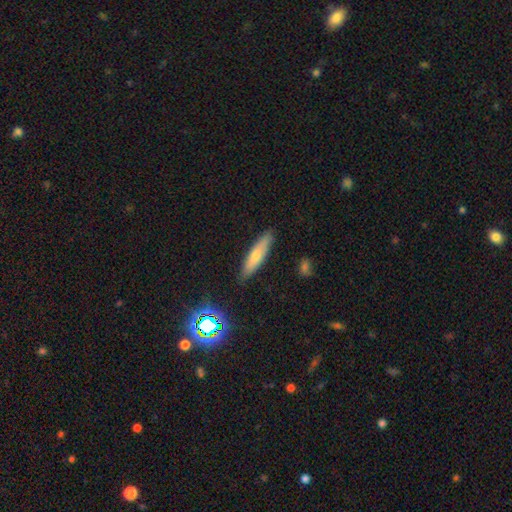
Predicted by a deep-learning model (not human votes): Smooth or featured: smooth — 62% (featured or disk — 27%)
How rounded: cigar-shaped — 79% (in between — 19%)
Merging: none — 88% (minor disturbance — 9%)